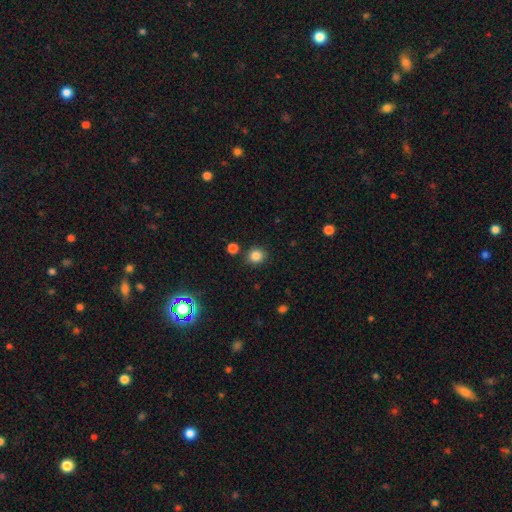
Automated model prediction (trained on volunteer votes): This is clearly a smooth galaxy (84%). How rounded: clearly round (88%). Merging: clearly none (86%).